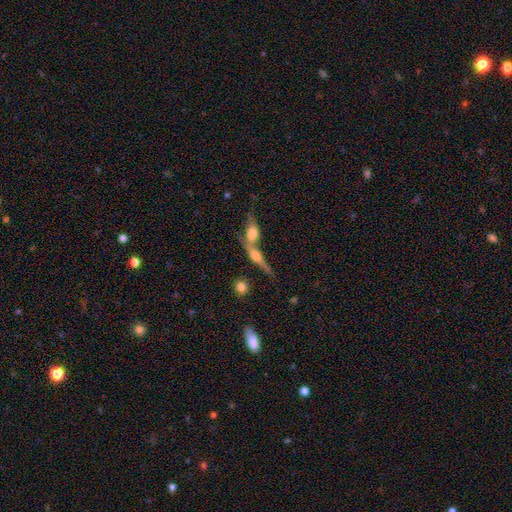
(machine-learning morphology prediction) Smooth or featured? Predicted: featured or disk (p=0.47). Merging? Predicted: merger (p=0.58).